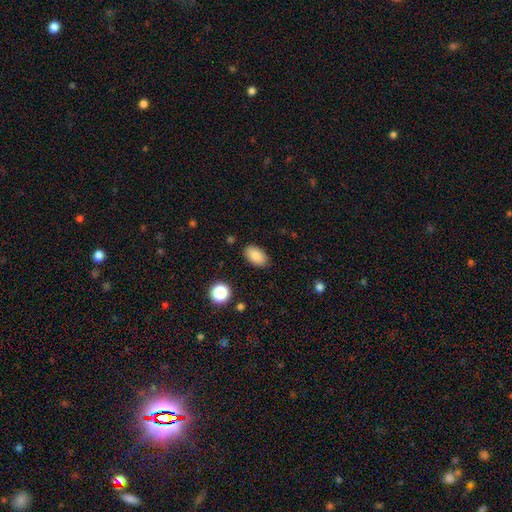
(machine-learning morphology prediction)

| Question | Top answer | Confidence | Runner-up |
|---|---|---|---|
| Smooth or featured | smooth | 86% | star or artifact (8%) |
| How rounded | in between | 92% | round (6%) |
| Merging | none | 86% | minor disturbance (10%) |